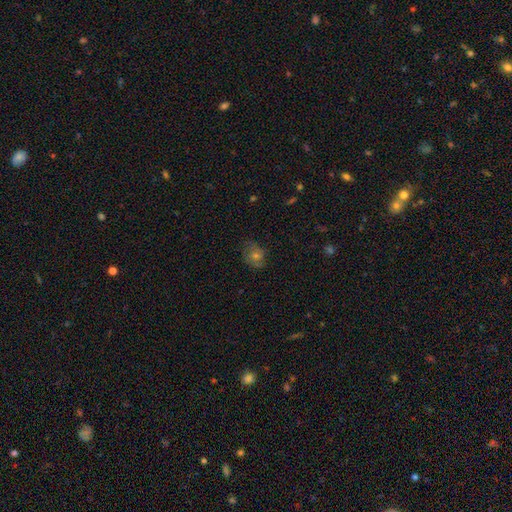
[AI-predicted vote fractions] Overall: featured or disk (41%; smooth 38%). Merging: none (73%).